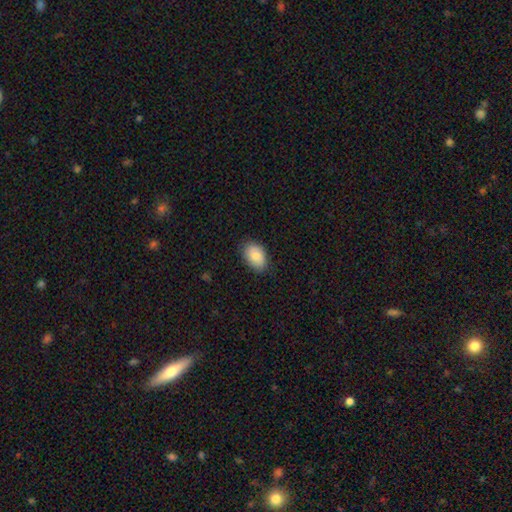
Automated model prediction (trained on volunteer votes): Q: Smooth or featured?
A: smooth (86%); runner-up: featured or disk (7%)
Q: How rounded?
A: in between (88%); runner-up: round (11%)
Q: Merging?
A: none (83%); runner-up: minor disturbance (14%)